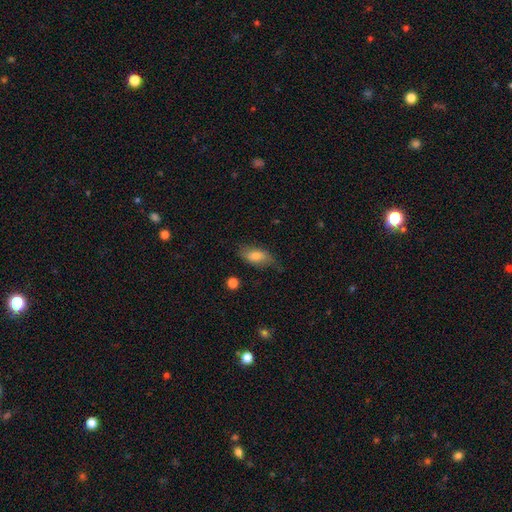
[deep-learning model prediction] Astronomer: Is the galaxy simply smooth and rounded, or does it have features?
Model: smooth — 74%.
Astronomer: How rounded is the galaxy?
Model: in between — 85%.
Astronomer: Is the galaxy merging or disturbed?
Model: none — 64%.